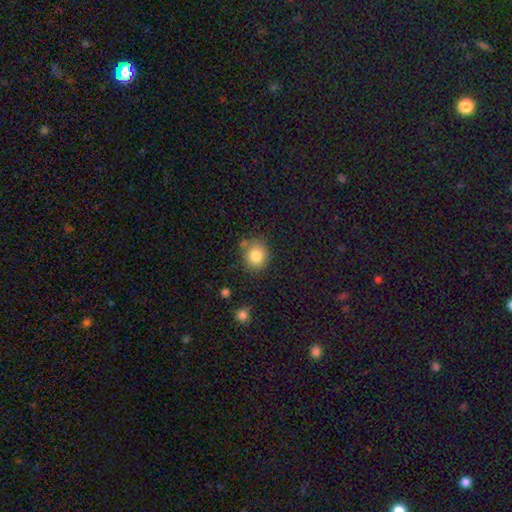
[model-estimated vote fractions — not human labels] A smooth galaxy with no disk features (82%) that is round (82%).

Vote fractions:
- Smooth or featured? smooth: 82% / star or artifact: 11% / featured or disk: 7%
- How rounded? round: 82% / in between: 17% / cigar-shaped: 1%
- Merging? none: 75% / minor disturbance: 15% / merger: 6% / major disturbance: 4%